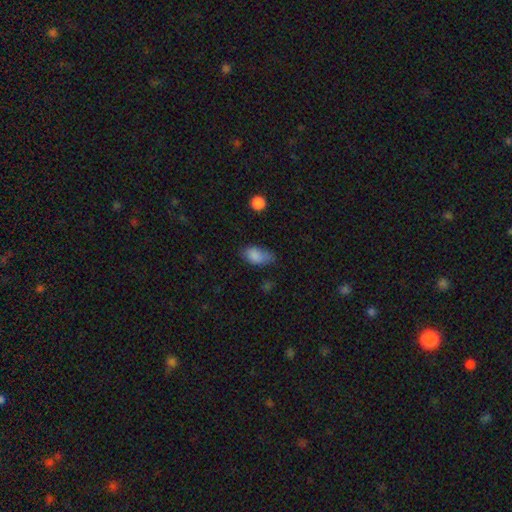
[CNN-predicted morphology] Q: Smooth or featured?
A: smooth (84%); runner-up: star or artifact (9%)
Q: How rounded?
A: in between (91%); runner-up: round (7%)
Q: Merging?
A: none (47%); runner-up: minor disturbance (38%)